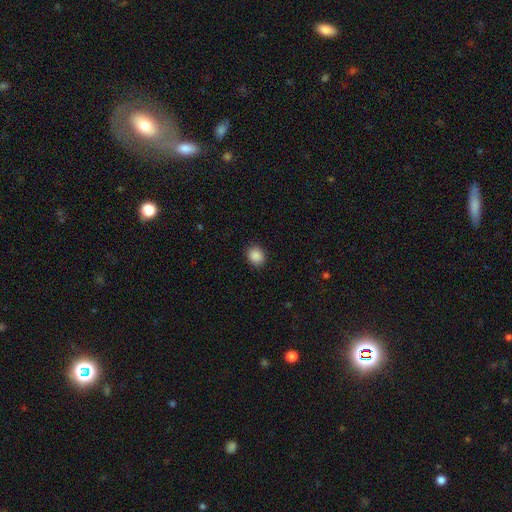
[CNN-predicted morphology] A smooth galaxy with no disk features (89%) that is round (65%). Merging: none (89%).